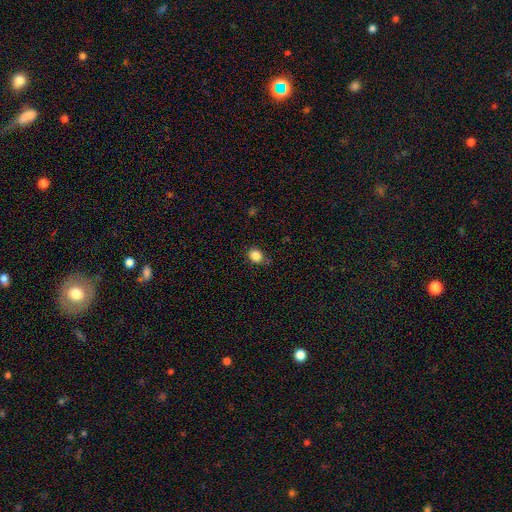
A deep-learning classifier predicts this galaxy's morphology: smooth_or_featured: smooth (p=0.85) [alt: star or artifact p=0.11]
how_rounded: round (p=0.57) [alt: in between p=0.42]
merging: none (p=0.81) [alt: minor disturbance p=0.15]